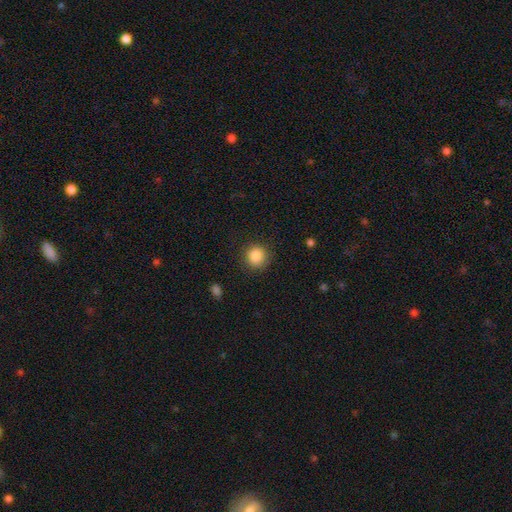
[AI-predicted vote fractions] A smooth galaxy with no disk features (87%) that is round (90%).

Vote fractions:
- Smooth or featured? smooth: 87% / star or artifact: 9% / featured or disk: 4%
- How rounded? round: 90% / in between: 9% / cigar-shaped: 1%
- Merging? none: 87% / minor disturbance: 9% / major disturbance: 3% / merger: 1%